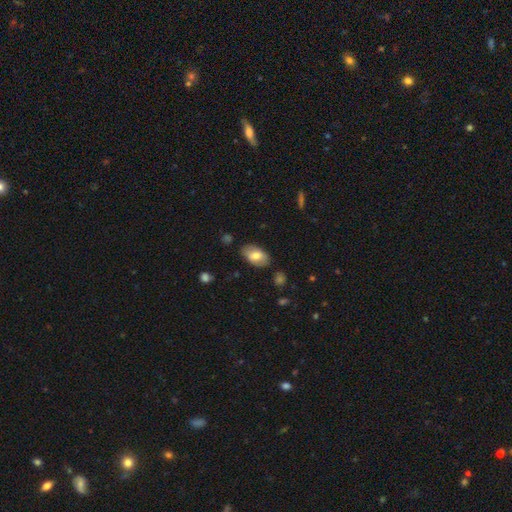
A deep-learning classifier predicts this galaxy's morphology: smooth-or-featured: smooth: 72% | featured or disk: 21% | star or artifact: 7%
  how-rounded: in between: 94% | round: 4% | cigar-shaped: 2%
  merging: none: 81% | minor disturbance: 14% | major disturbance: 3% | merger: 2%